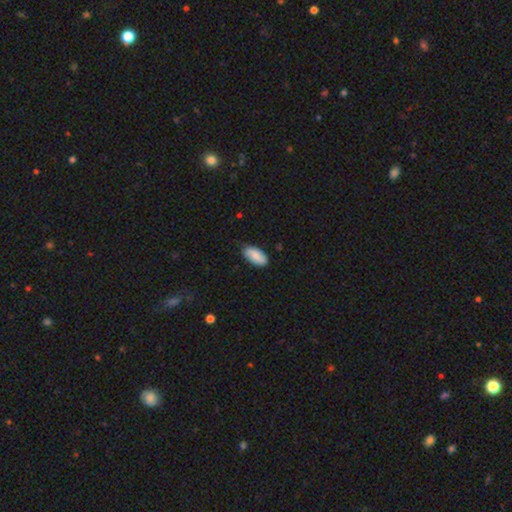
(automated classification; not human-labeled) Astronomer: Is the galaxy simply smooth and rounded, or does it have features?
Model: smooth — 80%.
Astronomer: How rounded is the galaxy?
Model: in between — 94%.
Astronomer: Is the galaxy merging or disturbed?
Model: none — 79%.